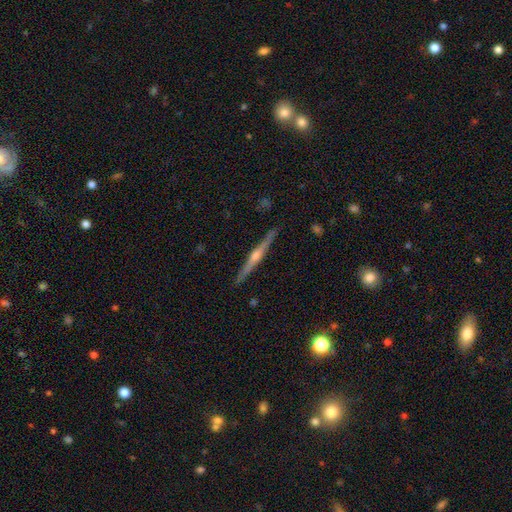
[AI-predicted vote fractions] Smooth or featured: featured or disk — 79% (smooth — 15%)
Edge-on disk: yes — 98% (no — 2%)
Edge-on bulge: rounded — 86% (none — 8%)
Merging: none — 90% (minor disturbance — 7%)